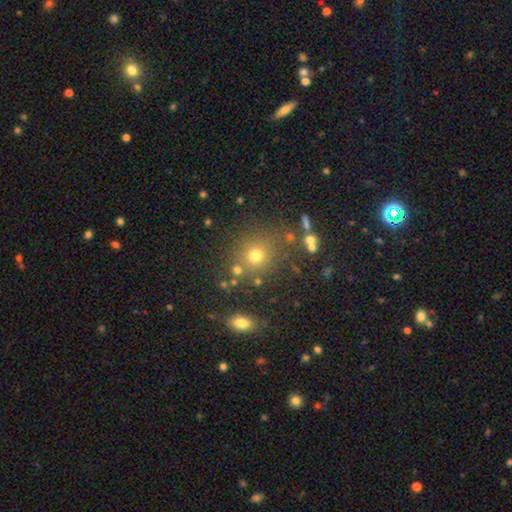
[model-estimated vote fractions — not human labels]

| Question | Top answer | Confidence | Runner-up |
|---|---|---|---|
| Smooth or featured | smooth | 70% | star or artifact (20%) |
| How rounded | round | 87% | in between (12%) |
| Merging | none | 77% | minor disturbance (10%) |